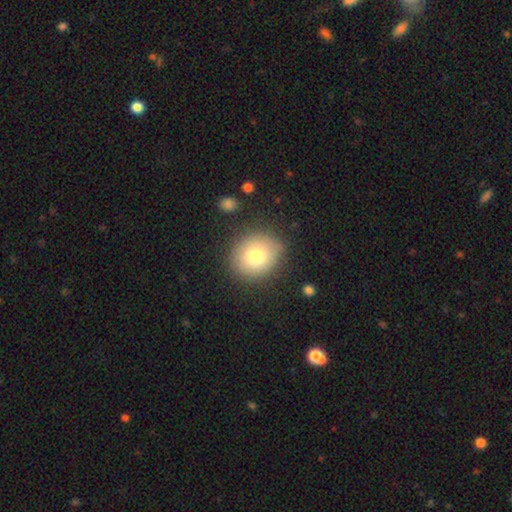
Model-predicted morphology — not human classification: The model was most divided on "how rounded": round: 75%, in between: 24%, cigar-shaped: 1%. More confident: merging — none (84%); smooth or featured — smooth (80%).